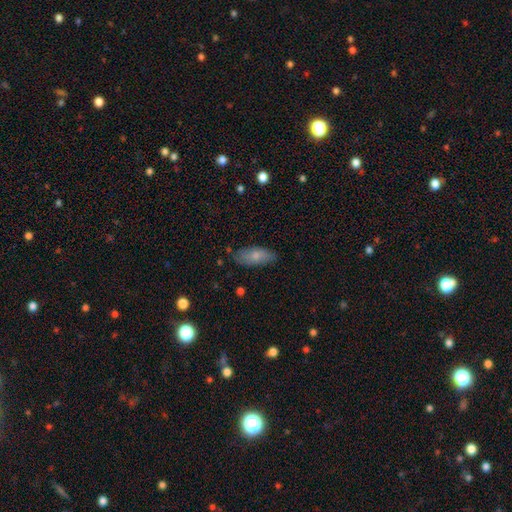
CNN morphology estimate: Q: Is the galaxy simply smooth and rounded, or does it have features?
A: smooth — 75%.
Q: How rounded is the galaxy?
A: in between — 78%.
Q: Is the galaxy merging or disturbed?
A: none — 79%.